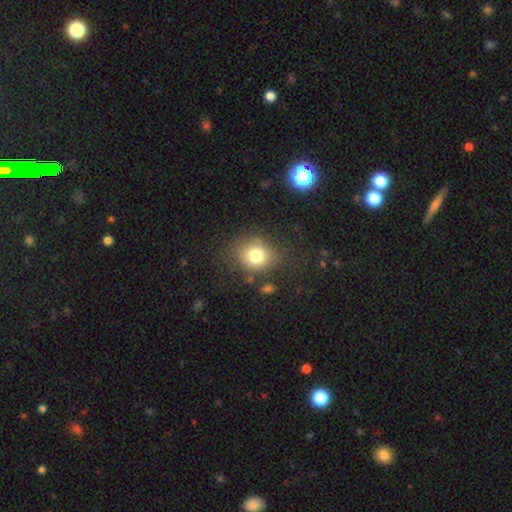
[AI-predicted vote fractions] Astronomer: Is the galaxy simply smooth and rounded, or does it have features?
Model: smooth — 77%.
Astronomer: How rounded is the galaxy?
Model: round — 67%.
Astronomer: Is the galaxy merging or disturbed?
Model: none — 77%.